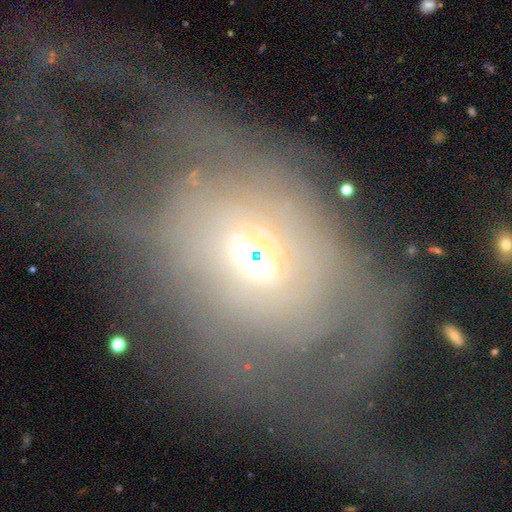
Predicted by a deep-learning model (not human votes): Morphology: type=featured or disk (56%); edge-on=no (92%); bar=no (76%); spiral arms=no (64%); bulge=moderate (52%); merging=major disturbance (66%).